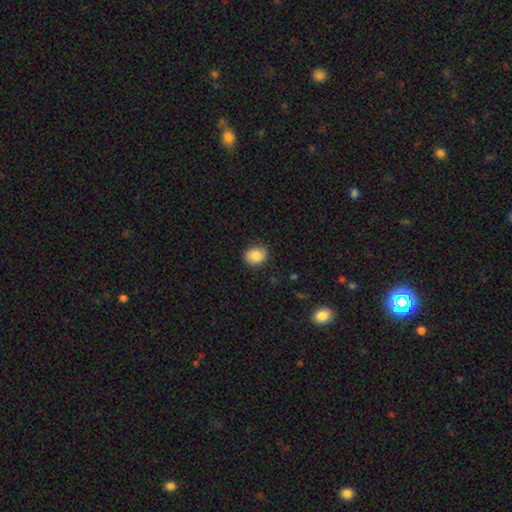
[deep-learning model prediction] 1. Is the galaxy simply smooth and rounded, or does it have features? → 85% smooth, 8% star or artifact, 7% featured or disk.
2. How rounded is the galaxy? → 69% round, 30% in between, 1% cigar-shaped.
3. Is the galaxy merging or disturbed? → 80% none, 16% minor disturbance, 3% major disturbance, 1% merger.